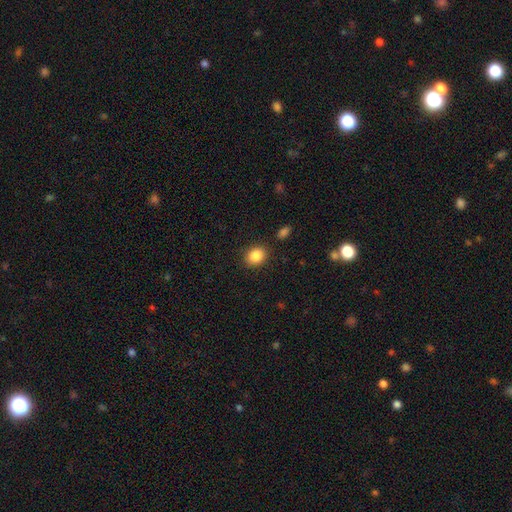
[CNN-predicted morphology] This is clearly a smooth galaxy (86%). How rounded: possibly round (50%). Merging: clearly none (87%).